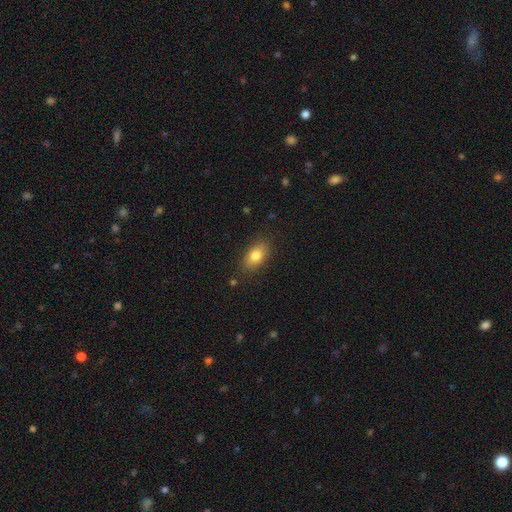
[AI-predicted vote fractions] A smooth galaxy with no disk features (81%) that is in between round and cigar-shaped (88%).

Vote fractions:
- Smooth or featured? smooth: 81% / featured or disk: 11% / star or artifact: 8%
- How rounded? in between: 88% / round: 8% / cigar-shaped: 4%
- Merging? none: 84% / minor disturbance: 12% / major disturbance: 3% / merger: 1%